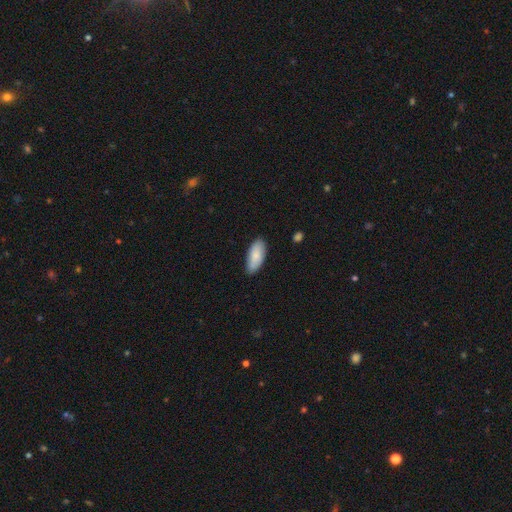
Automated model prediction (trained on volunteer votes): Smooth or featured? Predicted: smooth (p=0.83). How rounded? Predicted: in between (p=0.88). Merging? Predicted: none (p=0.81).